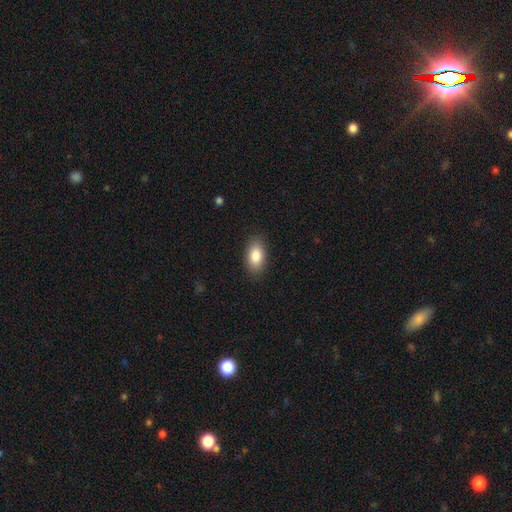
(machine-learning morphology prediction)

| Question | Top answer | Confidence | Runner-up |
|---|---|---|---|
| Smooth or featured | smooth | 86% | featured or disk (7%) |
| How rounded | in between | 92% | round (6%) |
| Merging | none | 87% | minor disturbance (9%) |